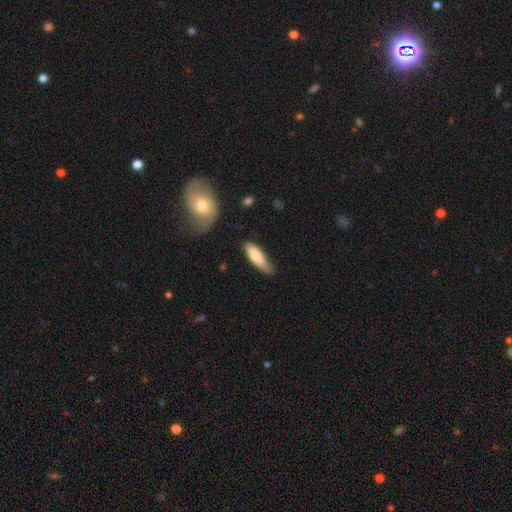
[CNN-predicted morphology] type=smooth (78%); roundness=cigar-shaped (53%); merging=none (60%).